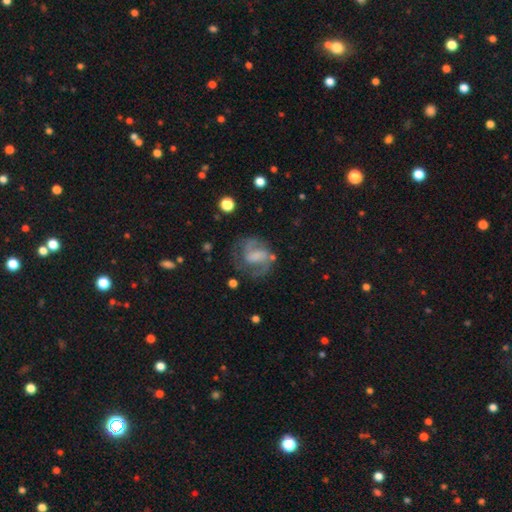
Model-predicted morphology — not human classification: This is likely a featured or disk galaxy (71%). It is clearly not viewed edge-on (97%). Bar: marginally weak (44%). Spiral arm pattern: clearly yes (86%). Spiral arm count: likely 2 (69%). Spiral winding: possibly medium (50%). Central bulge: marginally none (41%). Merging: possibly none (59%).